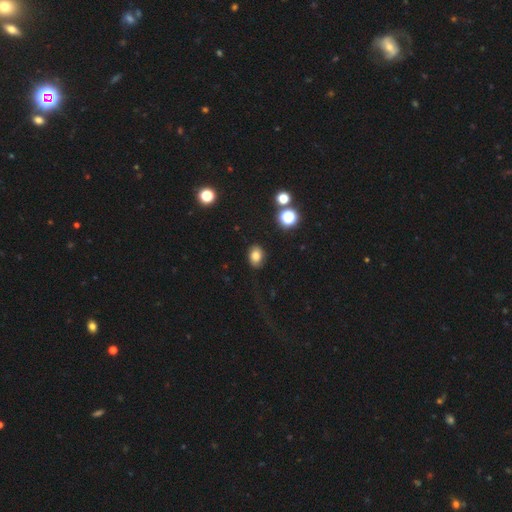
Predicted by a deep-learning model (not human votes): Smooth or featured?
  - smooth: 81% *
  - star or artifact: 12%
  - featured or disk: 7%
How rounded?
  - in between: 74% *
  - round: 25%
  - cigar-shaped: 1%
Merging?
  - none: 85% *
  - minor disturbance: 10%
  - major disturbance: 3%
  - merger: 2%